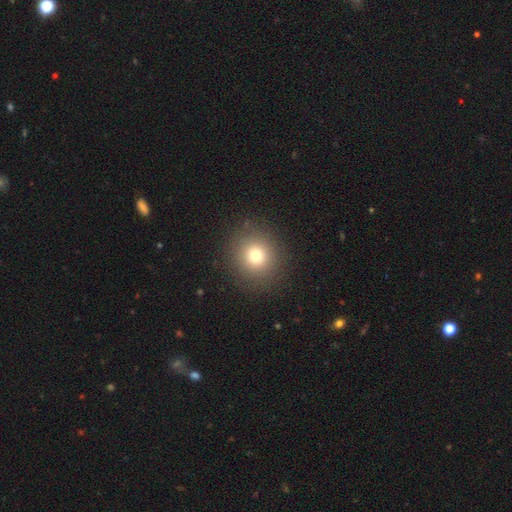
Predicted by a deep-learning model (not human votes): smooth_or_featured: smooth (p=0.74) [alt: star or artifact p=0.15]
how_rounded: round (p=0.88) [alt: in between p=0.11]
merging: none (p=0.89) [alt: minor disturbance p=0.06]